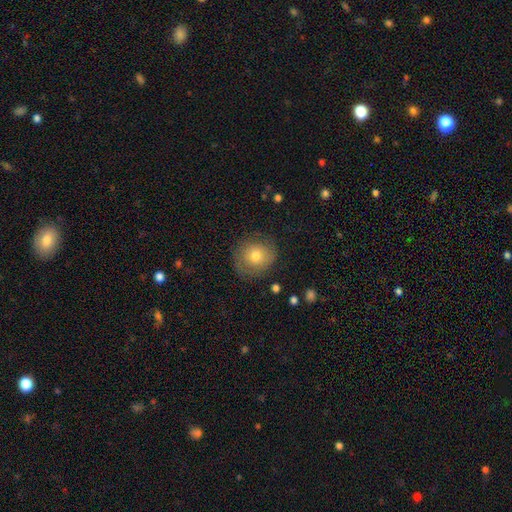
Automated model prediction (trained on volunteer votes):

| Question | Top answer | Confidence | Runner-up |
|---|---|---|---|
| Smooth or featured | smooth | 68% | featured or disk (23%) |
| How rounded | round | 84% | in between (15%) |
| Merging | none | 76% | minor disturbance (16%) |